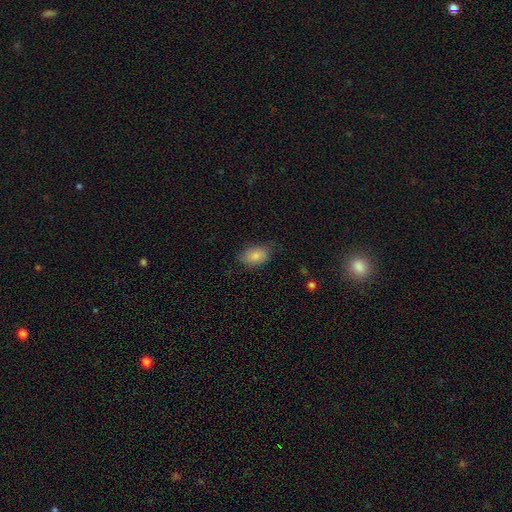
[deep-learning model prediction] Smooth or featured?
  - smooth: 84% *
  - featured or disk: 9%
  - star or artifact: 7%
How rounded?
  - in between: 84% *
  - round: 14%
  - cigar-shaped: 1%
Merging?
  - none: 70% *
  - minor disturbance: 23%
  - major disturbance: 6%
  - merger: 1%